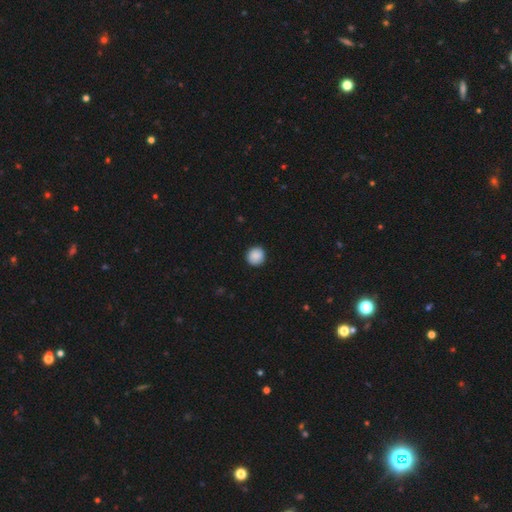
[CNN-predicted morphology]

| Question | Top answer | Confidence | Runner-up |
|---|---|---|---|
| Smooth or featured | smooth | 89% | star or artifact (8%) |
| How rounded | round | 93% | in between (6%) |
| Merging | none | 91% | minor disturbance (7%) |